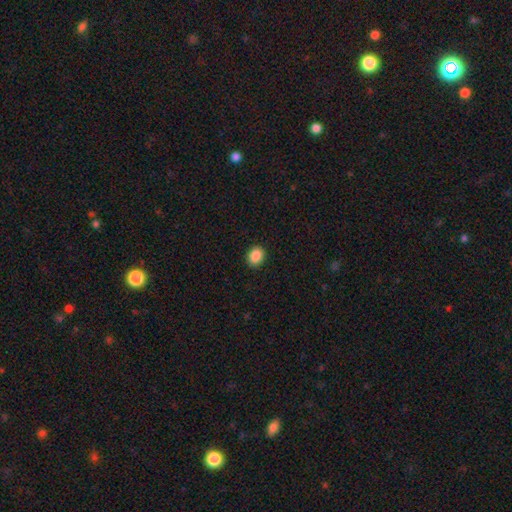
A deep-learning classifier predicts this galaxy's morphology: A smooth galaxy with no disk features (88%) that is round (53%). Merging: none (91%).